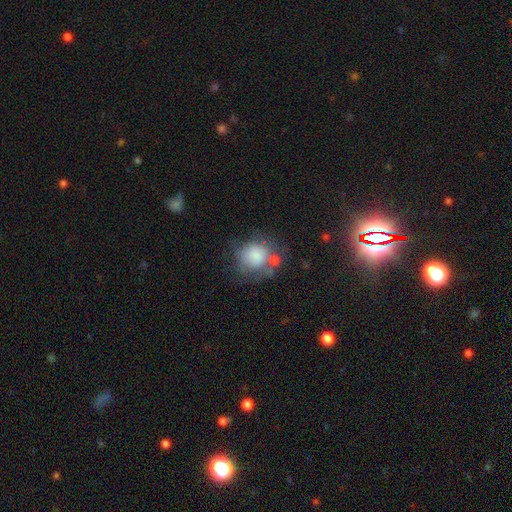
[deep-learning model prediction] smooth 75%, featured or disk 16%, star or artifact 9%. Down the decision tree: how rounded — round (75%); merging — none (43%).